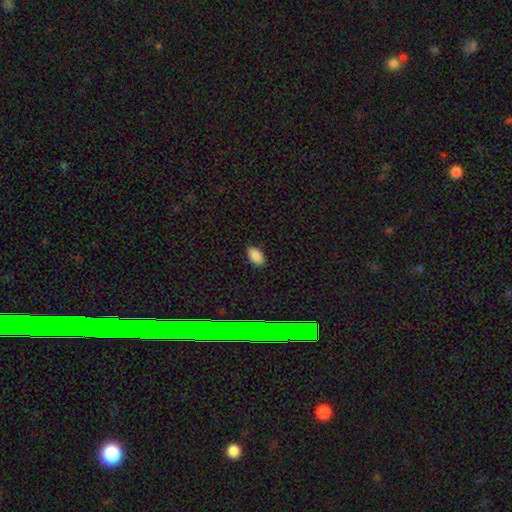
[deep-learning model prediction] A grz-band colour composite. It shows a smooth galaxy with no disk features (85%) that is in between round and cigar-shaped (92%). Merging: none (87%).